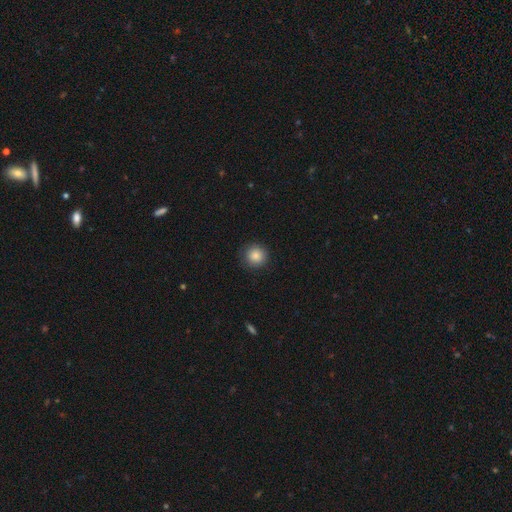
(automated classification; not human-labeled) Overall: smooth (85%). How rounded: round (94%). Merging: none (88%).